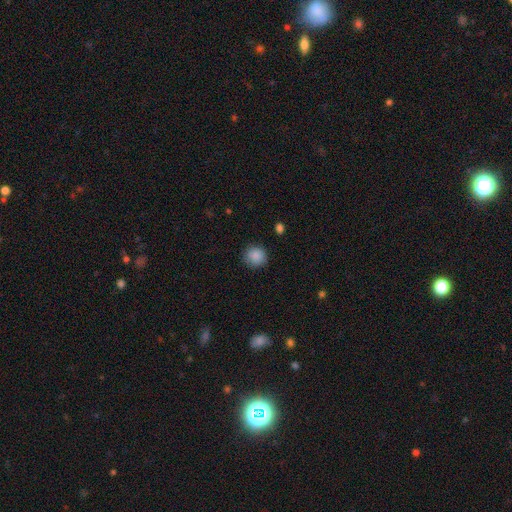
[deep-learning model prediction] Smooth or featured? Predicted: smooth (p=0.88). How rounded? Predicted: round (p=0.90). Merging? Predicted: none (p=0.88).